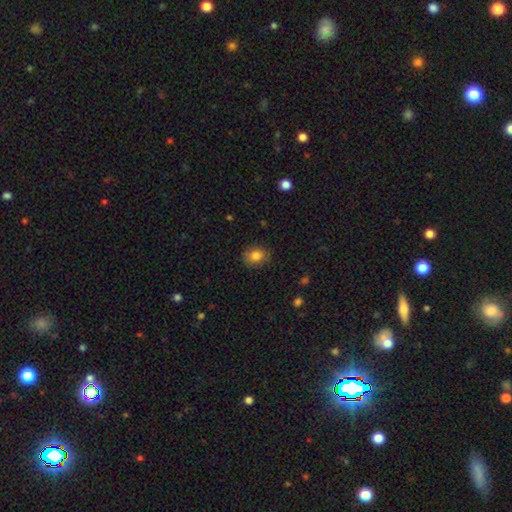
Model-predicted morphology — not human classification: Smooth or featured? smooth (82%)
How rounded? round (59%)
Merging? none (84%)